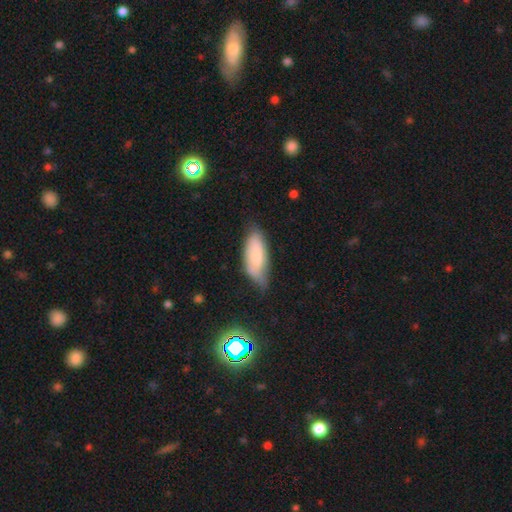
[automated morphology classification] A smooth galaxy with no disk features (73%) that is in between round and cigar-shaped (77%).

Vote fractions:
- Smooth or featured? smooth: 73% / featured or disk: 19% / star or artifact: 8%
- How rounded? in between: 77% / cigar-shaped: 21% / round: 2%
- Merging? none: 53% / minor disturbance: 36% / major disturbance: 8% / merger: 3%